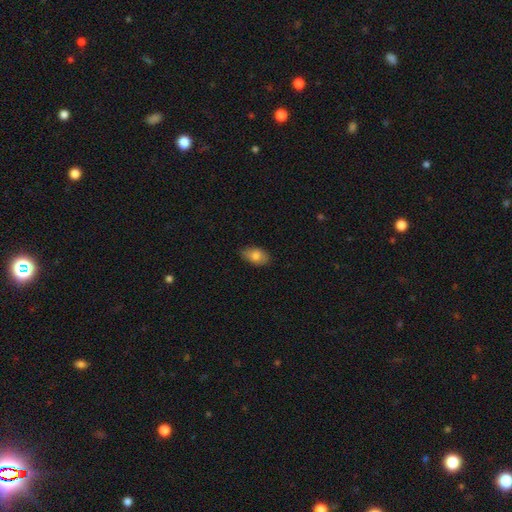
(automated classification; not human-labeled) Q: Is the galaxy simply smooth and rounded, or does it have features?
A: smooth — 81%.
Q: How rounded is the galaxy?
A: in between — 90%.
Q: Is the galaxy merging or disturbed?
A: none — 82%.